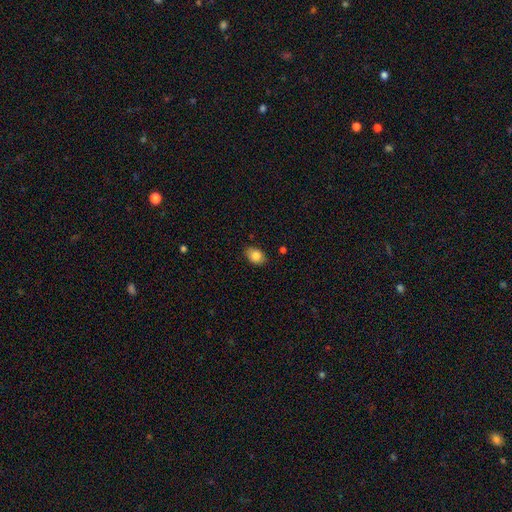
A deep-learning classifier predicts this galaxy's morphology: Overall: smooth (84%). How rounded: in between (75%). Merging: none (83%).